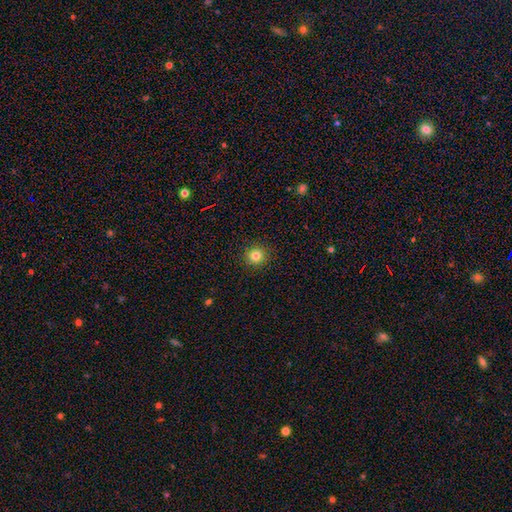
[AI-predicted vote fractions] Smooth or featured? Predicted: smooth (p=0.81). How rounded? Predicted: round (p=0.93). Merging? Predicted: none (p=0.92).